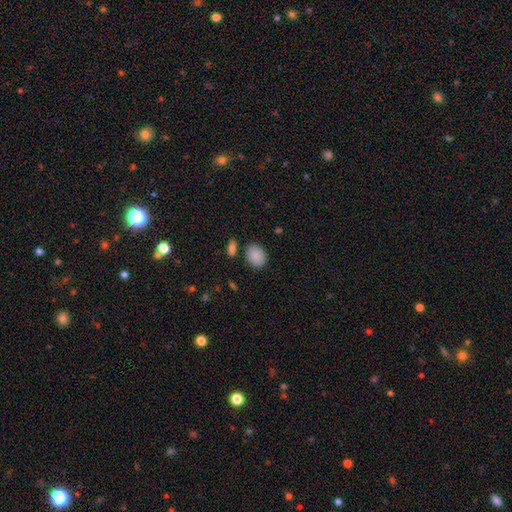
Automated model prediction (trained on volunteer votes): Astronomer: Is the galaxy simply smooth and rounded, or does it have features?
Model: smooth — 89%.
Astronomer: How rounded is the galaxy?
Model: in between — 56% (runner-up: round, 43%).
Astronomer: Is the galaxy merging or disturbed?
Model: none — 80%.